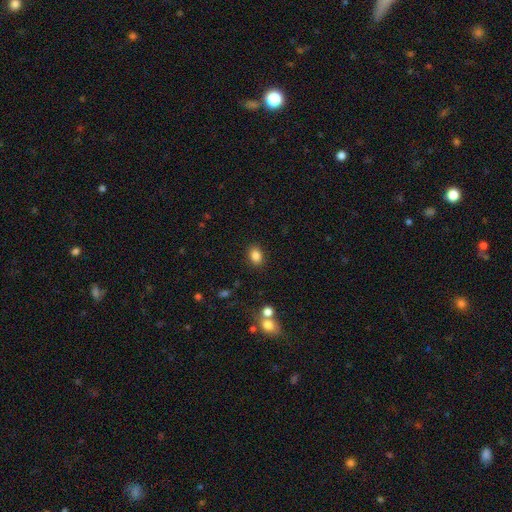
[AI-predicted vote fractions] smooth 85%, star or artifact 10%, featured or disk 5%. Down the decision tree: how rounded — in between (70%); merging — none (87%).